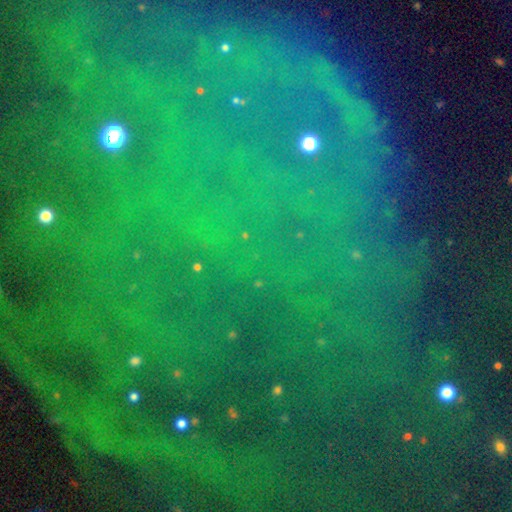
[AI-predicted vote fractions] This is likely a star or artifact rather than a galaxy (80%).